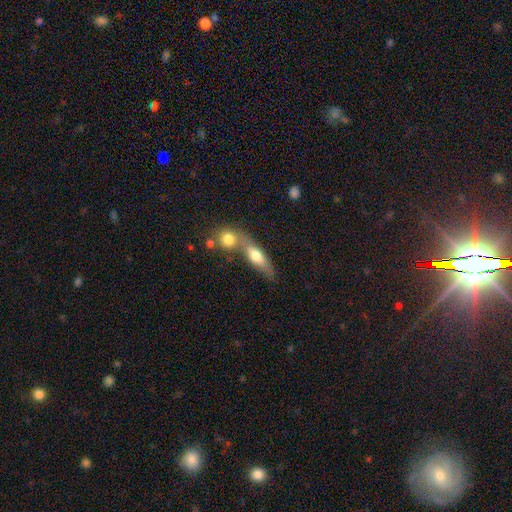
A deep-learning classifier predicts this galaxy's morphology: Smooth or featured? Predicted: smooth (p=0.61). How rounded? Predicted: in between (p=0.51). Merging? Predicted: merger (p=0.50).